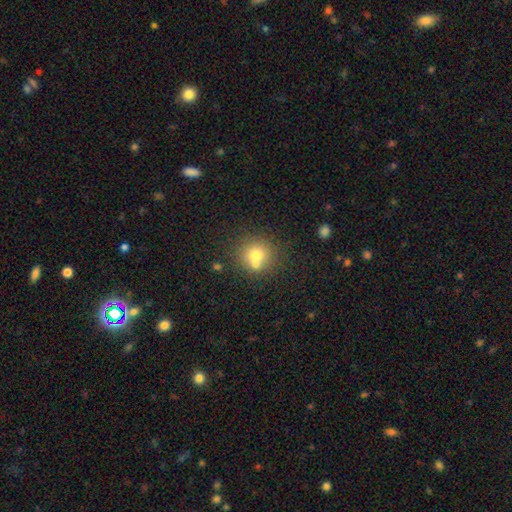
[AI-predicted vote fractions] This is likely a smooth galaxy (71%). How rounded: clearly round (87%). Merging: possibly none (56%).